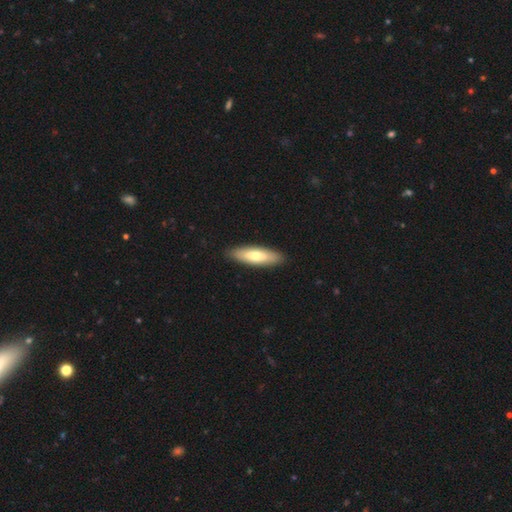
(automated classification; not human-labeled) Overall: smooth (69%). How rounded: cigar-shaped (50%; in between 48%). Merging: none (89%).